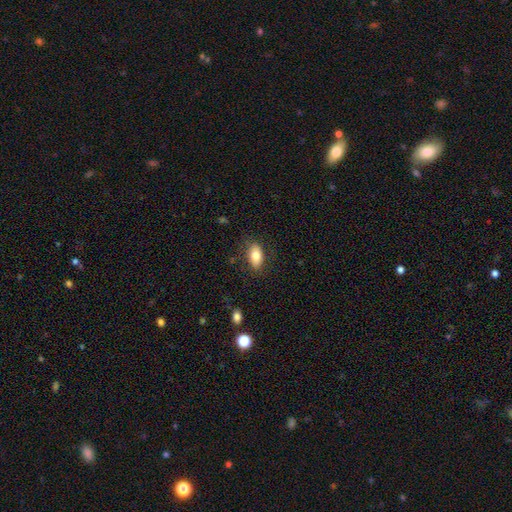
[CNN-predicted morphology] smooth_or_featured: smooth (p=0.78) [alt: featured or disk p=0.15]
how_rounded: in between (p=0.90) [alt: round p=0.06]
merging: none (p=0.83) [alt: minor disturbance p=0.12]